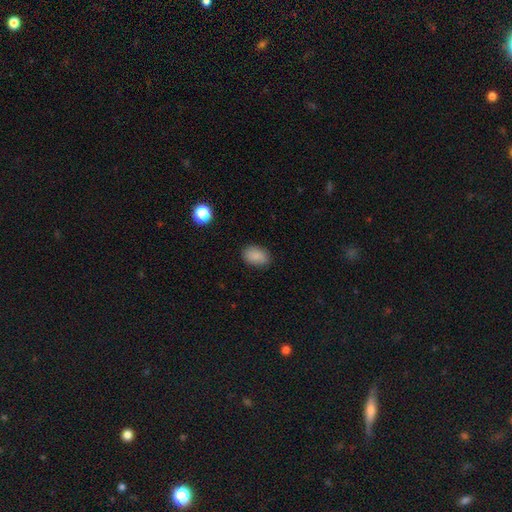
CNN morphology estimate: Smooth or featured?
  - smooth: 87% *
  - star or artifact: 9%
  - featured or disk: 4%
How rounded?
  - in between: 84% *
  - round: 15%
  - cigar-shaped: 1%
Merging?
  - none: 82% *
  - minor disturbance: 14%
  - major disturbance: 3%
  - merger: 1%